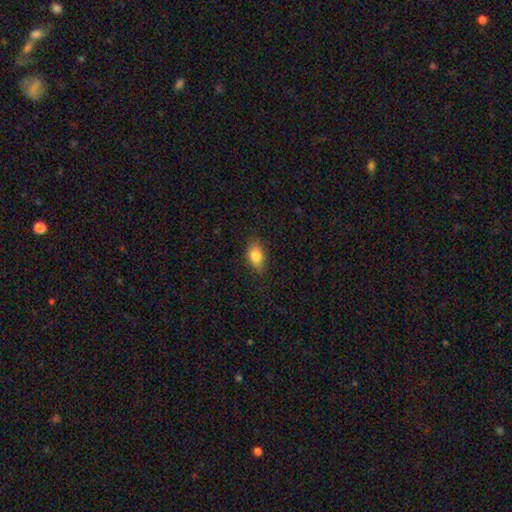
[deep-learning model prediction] Overall: smooth (82%). How rounded: in between (87%). Merging: none (83%).